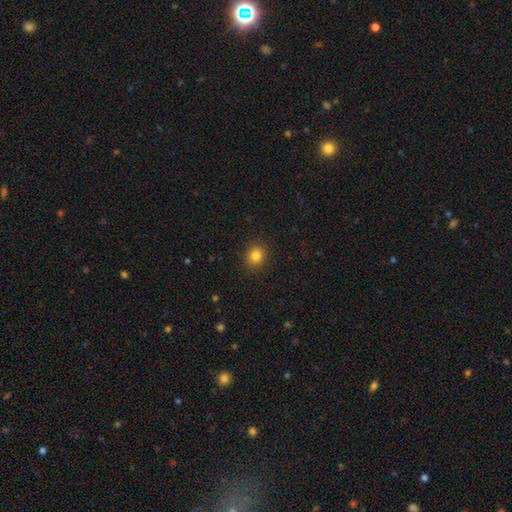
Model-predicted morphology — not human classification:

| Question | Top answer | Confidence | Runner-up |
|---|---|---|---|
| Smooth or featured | smooth | 83% | star or artifact (12%) |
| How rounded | round | 79% | in between (20%) |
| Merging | none | 91% | minor disturbance (6%) |